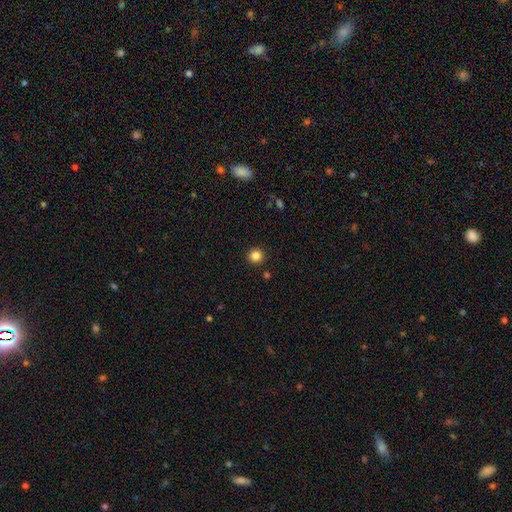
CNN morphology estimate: type=smooth (84%); roundness=round (95%); merging=none (92%).